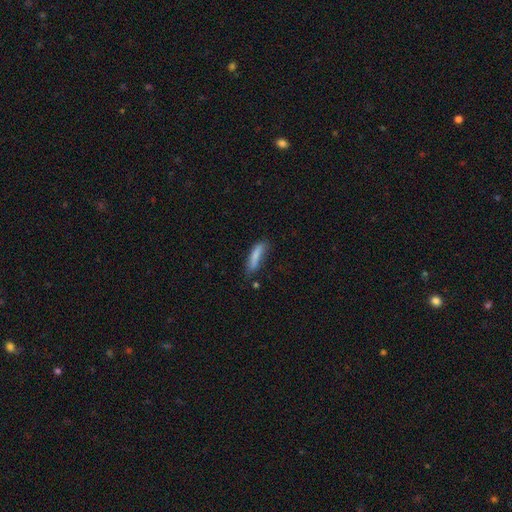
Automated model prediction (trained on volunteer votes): The model was most divided on "merging": none: 61%, minor disturbance: 27%, major disturbance: 8%, merger: 4%. More confident: smooth or featured — smooth (80%); how rounded — cigar-shaped (76%).